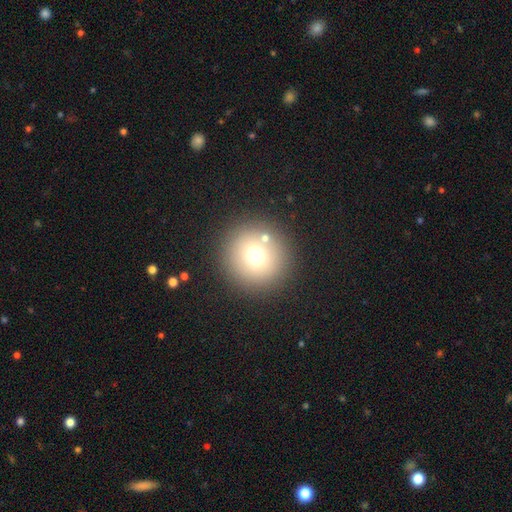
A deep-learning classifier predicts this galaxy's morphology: smooth 68%, star or artifact 19%, featured or disk 13%. Down the decision tree: how rounded — round (96%); merging — none (85%).